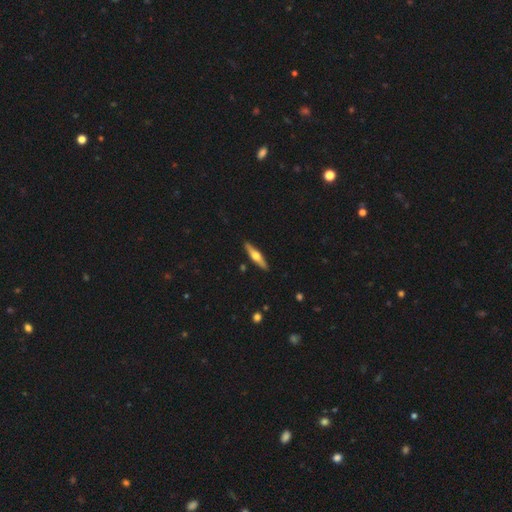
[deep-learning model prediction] featured or disk 63%, smooth 31%, star or artifact 5%. Down the decision tree: edge-on disk — yes (96%); edge-on bulge — rounded (94%); merging — none (91%).